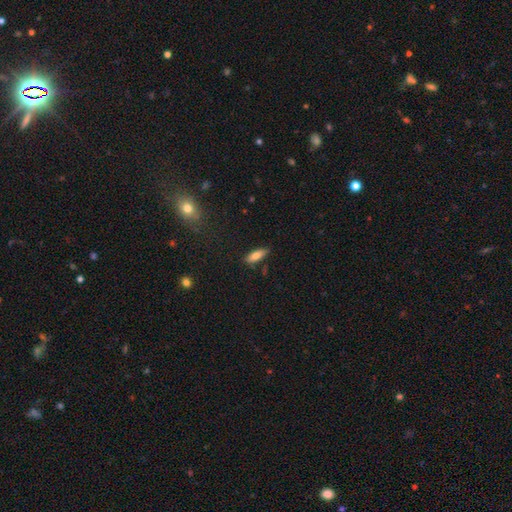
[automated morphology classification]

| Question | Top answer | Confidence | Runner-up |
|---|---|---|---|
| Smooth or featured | smooth | 79% | featured or disk (14%) |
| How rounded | in between | 62% | cigar-shaped (35%) |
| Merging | none | 79% | minor disturbance (16%) |